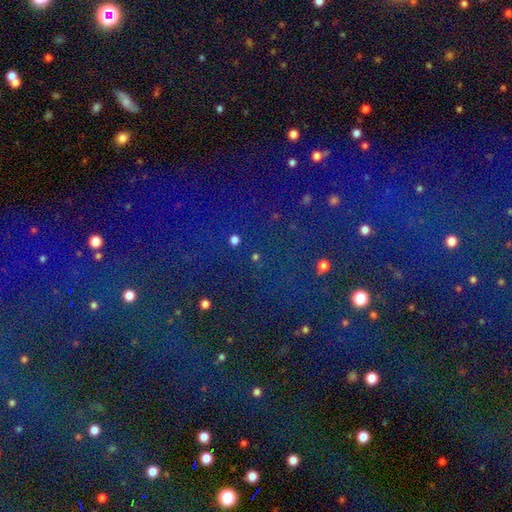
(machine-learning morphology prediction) Smooth or featured?
  - star or artifact: 80% *
  - smooth: 12%
  - featured or disk: 8%